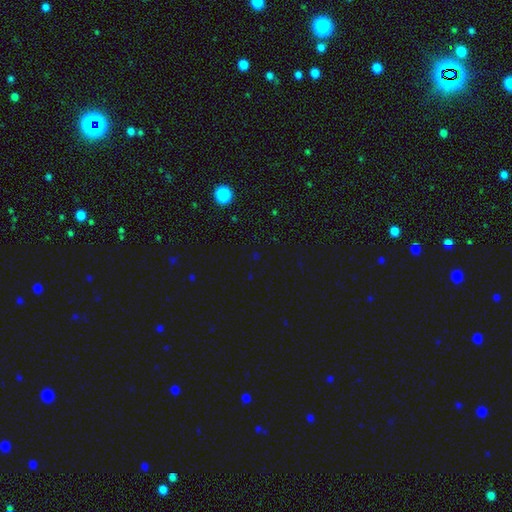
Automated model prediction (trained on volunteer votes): Smooth or featured? Predicted: star or artifact (p=0.68).